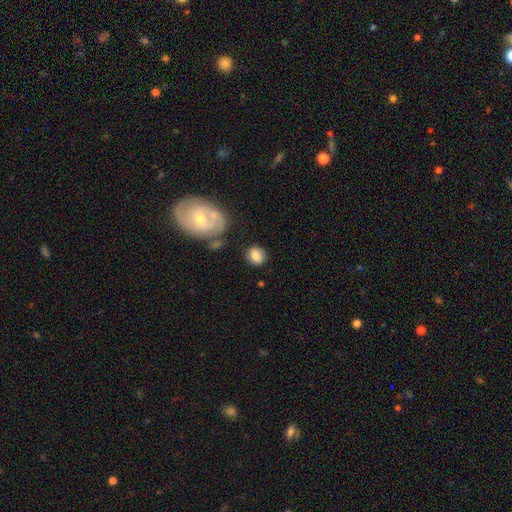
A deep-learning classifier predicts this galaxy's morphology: Smooth or featured? smooth (78%)
How rounded? round (68%)
Merging? none (77%)